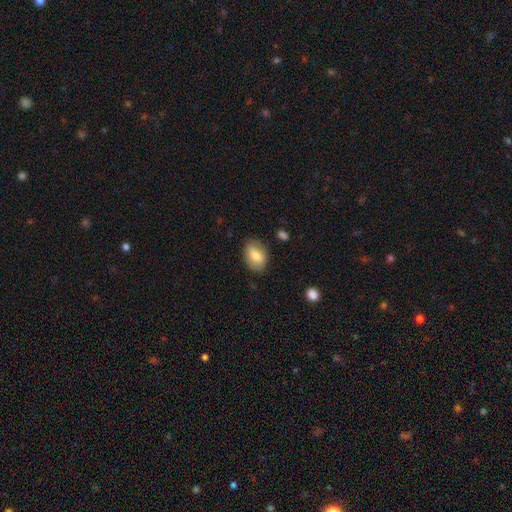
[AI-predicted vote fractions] Smooth or featured? smooth (81%)
How rounded? in between (84%)
Merging? none (77%)